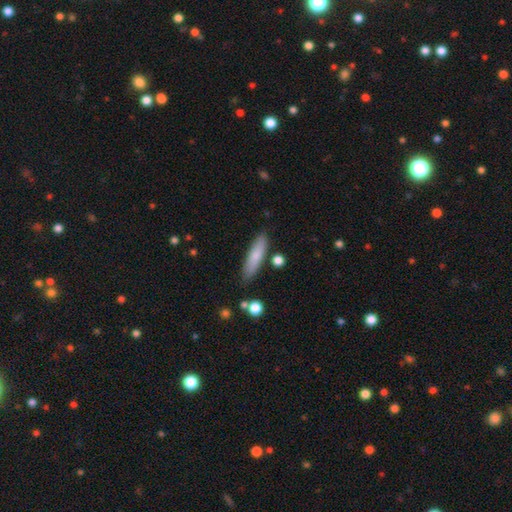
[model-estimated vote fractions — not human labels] The model was most divided on "how rounded": cigar-shaped: 71%, in between: 27%, round: 2%. More confident: merging — none (82%); smooth or featured — smooth (76%).